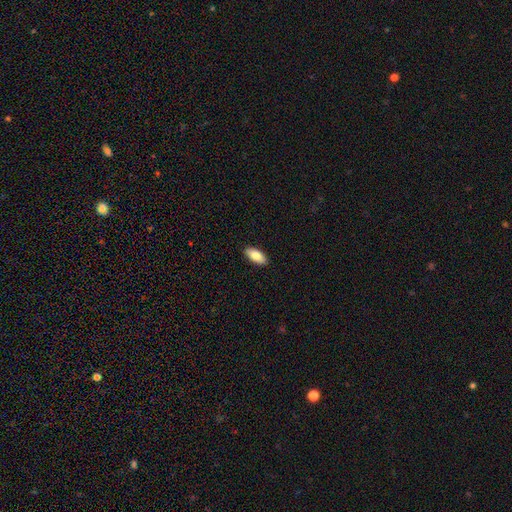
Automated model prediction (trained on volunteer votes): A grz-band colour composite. It shows a smooth galaxy with no disk features (86%) that is in between round and cigar-shaped (89%). Merging: none (90%).